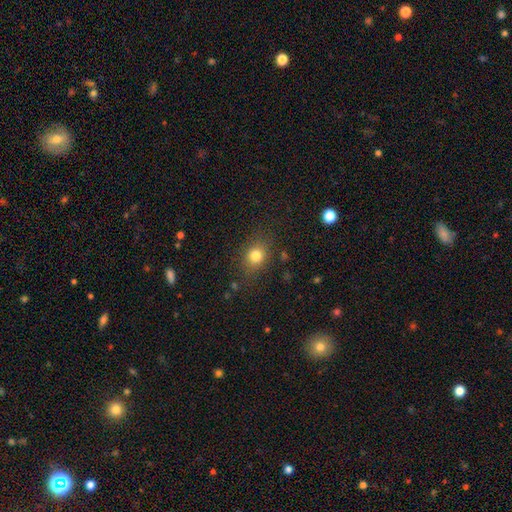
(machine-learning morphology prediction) smooth 79%, star or artifact 13%, featured or disk 9%. Down the decision tree: how rounded — round (54%); merging — none (81%).